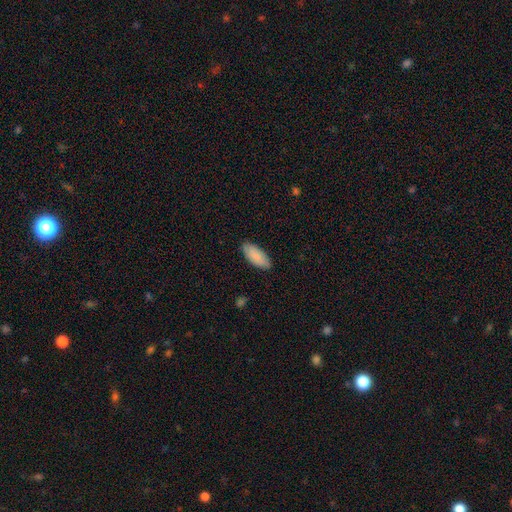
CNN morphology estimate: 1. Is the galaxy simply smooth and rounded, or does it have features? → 85% smooth, 9% featured or disk, 5% star or artifact.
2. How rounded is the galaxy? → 87% in between, 11% cigar-shaped, 2% round.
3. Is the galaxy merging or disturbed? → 85% none, 12% minor disturbance, 2% major disturbance, 1% merger.